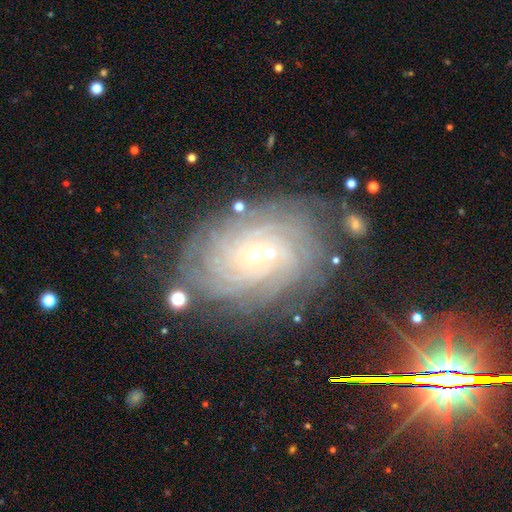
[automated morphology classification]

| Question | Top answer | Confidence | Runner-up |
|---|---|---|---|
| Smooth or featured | featured or disk | 84% | star or artifact (9%) |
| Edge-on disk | no | 97% | yes (3%) |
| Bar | no | 76% | weak (18%) |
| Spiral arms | yes | 97% | no (3%) |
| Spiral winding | tight | 83% | medium (14%) |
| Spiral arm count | more than 4 | 33% | can't tell (25%) |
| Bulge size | small | 83% | moderate (13%) |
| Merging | none | 75% | minor disturbance (16%) |